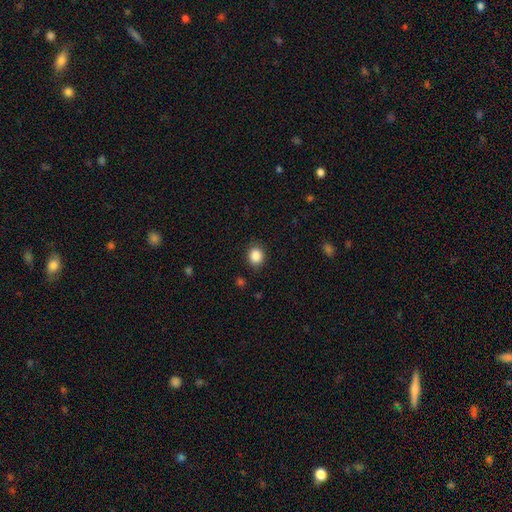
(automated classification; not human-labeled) Morphology: type=smooth (87%); roundness=round (68%); merging=none (86%).